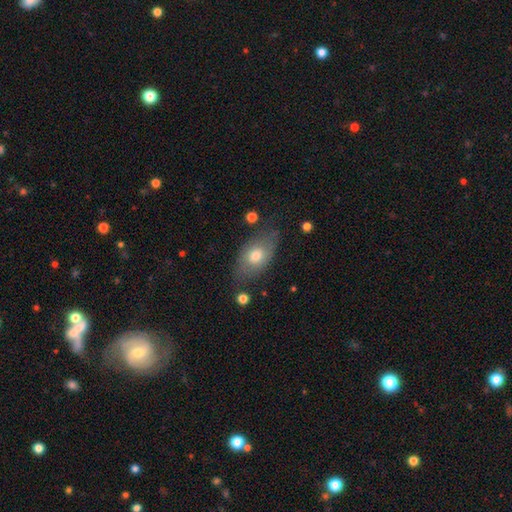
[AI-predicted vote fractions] The model was most divided on "smooth or featured": smooth: 67%, featured or disk: 25%, star or artifact: 8%. More confident: how rounded — in between (87%); merging — none (69%).